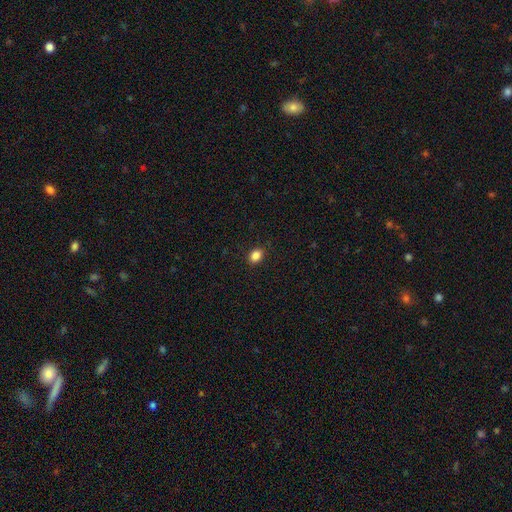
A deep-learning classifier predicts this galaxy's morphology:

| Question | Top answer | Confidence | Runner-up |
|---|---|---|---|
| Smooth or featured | smooth | 86% | star or artifact (10%) |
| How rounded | in between | 65% | round (34%) |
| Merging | none | 89% | minor disturbance (8%) |